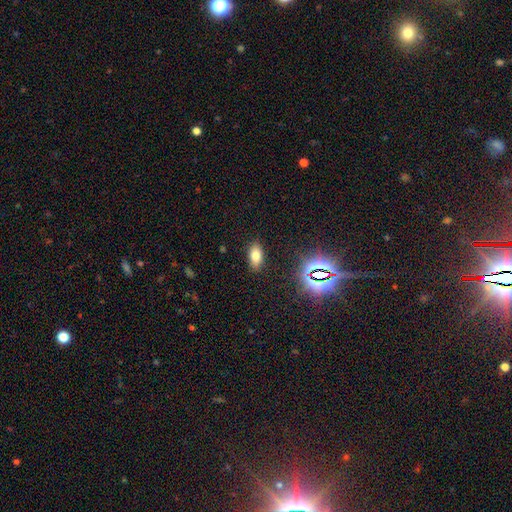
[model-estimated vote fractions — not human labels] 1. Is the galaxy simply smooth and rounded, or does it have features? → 72% smooth, 17% star or artifact, 11% featured or disk.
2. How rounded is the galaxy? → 88% in between, 6% cigar-shaped, 5% round.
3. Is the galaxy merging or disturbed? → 88% none, 8% minor disturbance, 3% major disturbance, 1% merger.